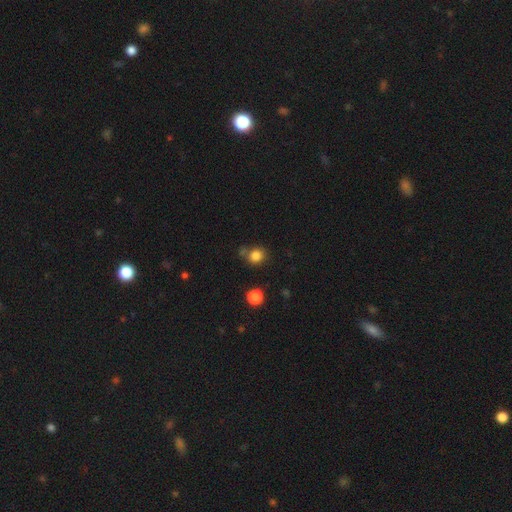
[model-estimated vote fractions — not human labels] Smooth or featured? Predicted: smooth (p=0.82). How rounded? Predicted: round (p=0.83). Merging? Predicted: none (p=0.71).